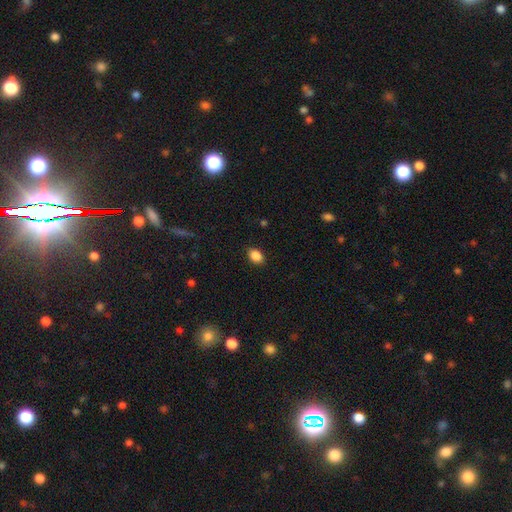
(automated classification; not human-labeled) Q: Smooth or featured?
A: smooth (88%); runner-up: star or artifact (9%)
Q: How rounded?
A: in between (83%); runner-up: round (16%)
Q: Merging?
A: none (88%); runner-up: minor disturbance (9%)